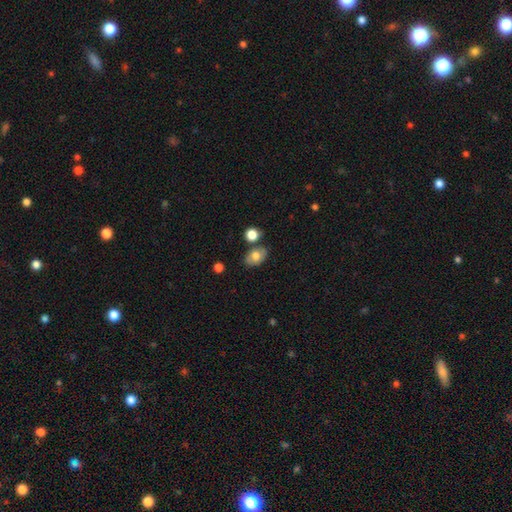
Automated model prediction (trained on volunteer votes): Smooth or featured? Predicted: smooth (p=0.68). How rounded? Predicted: in between (p=0.80). Merging? Predicted: none (p=0.73).